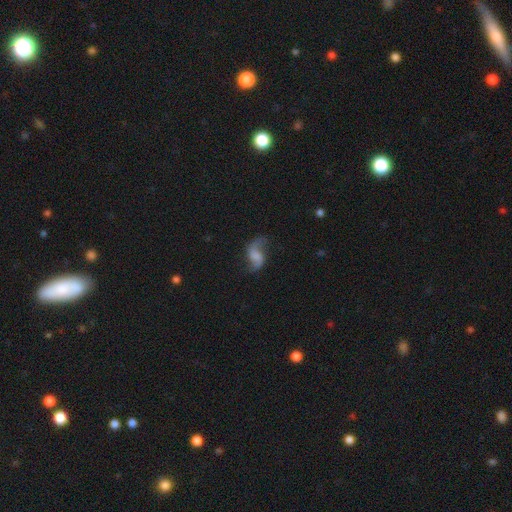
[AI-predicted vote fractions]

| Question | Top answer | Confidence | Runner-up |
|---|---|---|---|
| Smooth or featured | featured or disk | 75% | smooth (17%) |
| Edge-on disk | no | 97% | yes (3%) |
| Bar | no | 43% | weak (42%) |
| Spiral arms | yes | 94% | no (6%) |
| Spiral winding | loose | 83% | medium (14%) |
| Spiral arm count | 2 | 91% | 1 (4%) |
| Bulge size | none | 53% | small (19%) |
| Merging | none | 67% | minor disturbance (18%) |